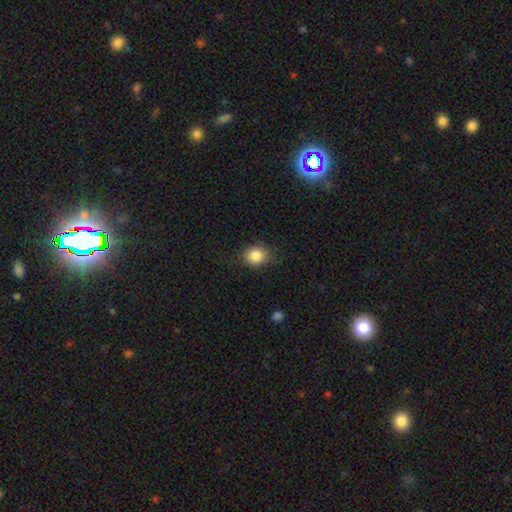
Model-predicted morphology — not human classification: Overall: smooth (86%). How rounded: round (71%). Merging: none (82%).